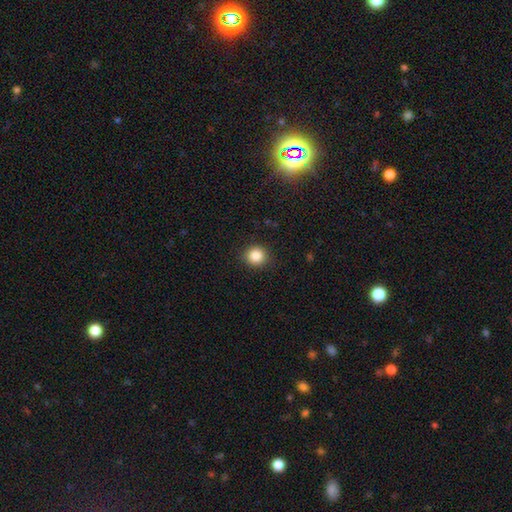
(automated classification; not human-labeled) smooth_or_featured: smooth (p=0.86) [alt: star or artifact p=0.10]
how_rounded: round (p=0.91) [alt: in between p=0.08]
merging: none (p=0.90) [alt: minor disturbance p=0.07]